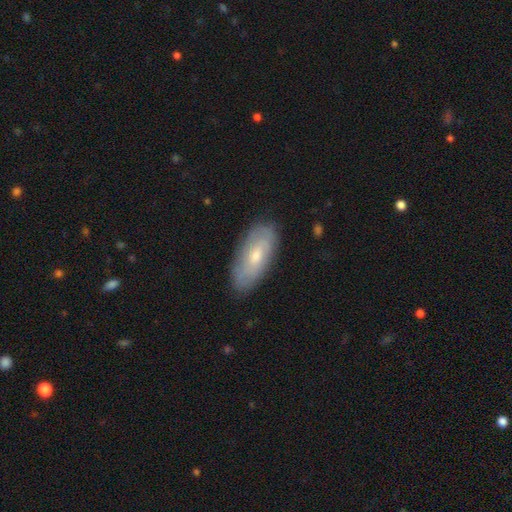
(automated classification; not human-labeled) This appears to be a smooth galaxy with no disk features (52%) that is in between round and cigar-shaped (86%). Merging: none (82%).